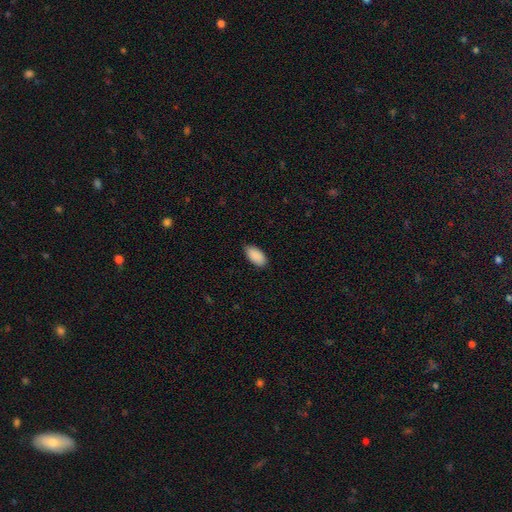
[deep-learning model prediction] smooth_or_featured: smooth (p=0.91) [alt: star or artifact p=0.06]
how_rounded: in between (p=0.95) [alt: cigar-shaped p=0.03]
merging: none (p=0.81) [alt: minor disturbance p=0.15]